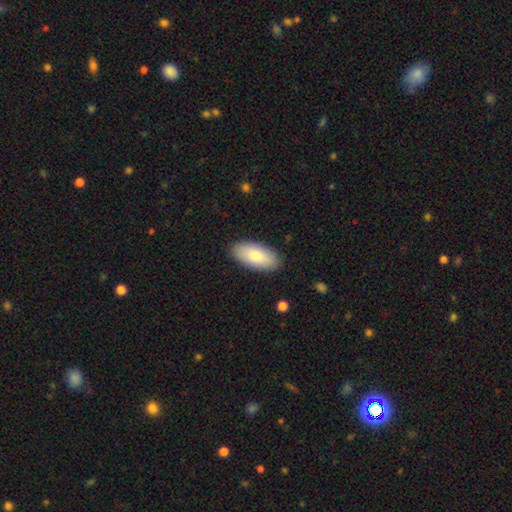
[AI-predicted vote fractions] smooth-or-featured: smooth: 83% | featured or disk: 11% | star or artifact: 6%
  how-rounded: in between: 93% | cigar-shaped: 5% | round: 2%
  merging: none: 88% | minor disturbance: 9% | major disturbance: 2% | merger: 1%